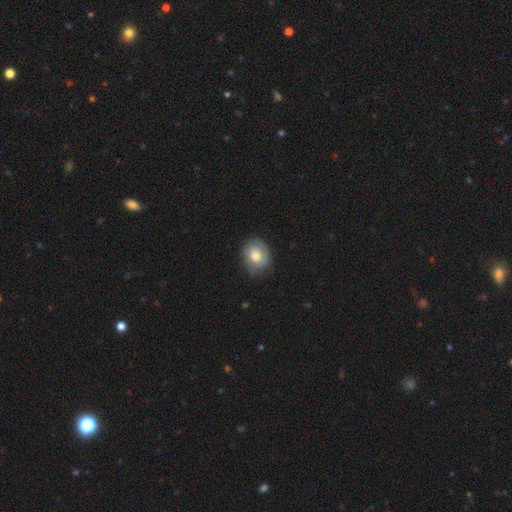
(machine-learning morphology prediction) Smooth or featured?
  - smooth: 60% *
  - featured or disk: 33%
  - star or artifact: 7%
How rounded?
  - round: 62% *
  - in between: 37%
  - cigar-shaped: 1%
Merging?
  - none: 66% *
  - minor disturbance: 25%
  - major disturbance: 8%
  - merger: 1%